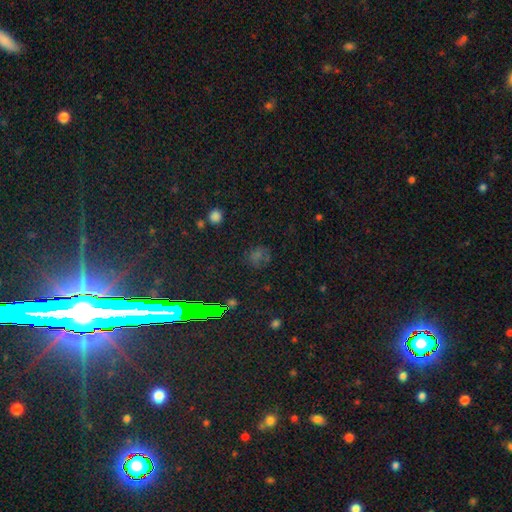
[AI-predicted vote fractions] The model was most divided on "smooth or featured": star or artifact: 50%, smooth: 38%, featured or disk: 11%.